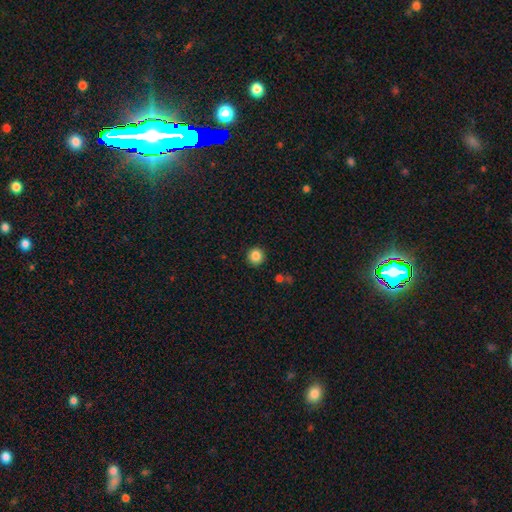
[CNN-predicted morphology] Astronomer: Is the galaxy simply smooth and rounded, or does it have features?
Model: smooth — 86%.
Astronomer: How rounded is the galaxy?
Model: round — 94%.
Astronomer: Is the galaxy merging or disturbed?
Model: none — 92%.